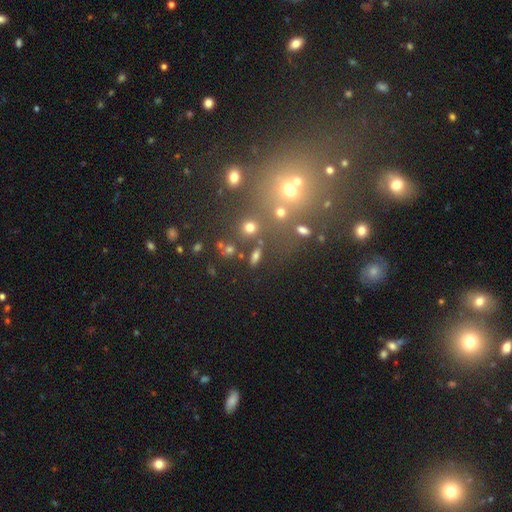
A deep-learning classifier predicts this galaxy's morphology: Smooth or featured? smooth (66%)
How rounded? in between (65%)
Merging? none (77%)